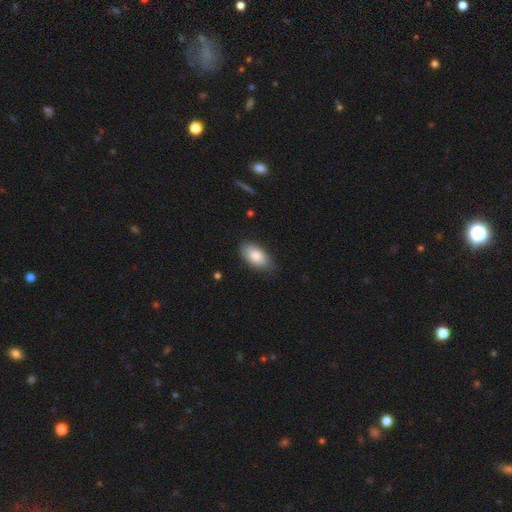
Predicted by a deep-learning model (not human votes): Smooth or featured?
  - smooth: 82% *
  - featured or disk: 12%
  - star or artifact: 6%
How rounded?
  - in between: 93% *
  - round: 4%
  - cigar-shaped: 3%
Merging?
  - none: 77% *
  - minor disturbance: 19%
  - major disturbance: 3%
  - merger: 1%